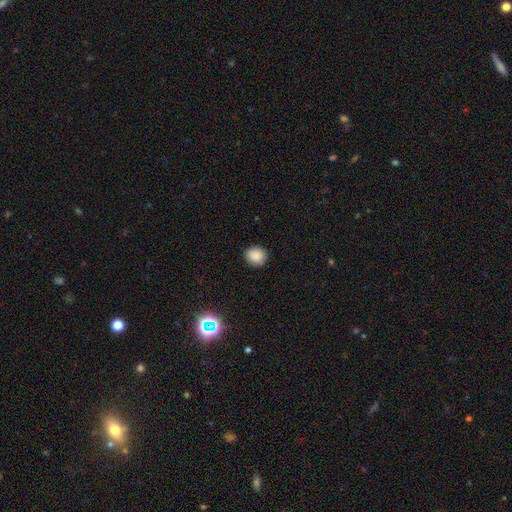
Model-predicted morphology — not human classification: smooth-or-featured: smooth: 86% | star or artifact: 10% | featured or disk: 4%
  how-rounded: round: 76% | in between: 23% | cigar-shaped: 1%
  merging: none: 88% | minor disturbance: 9% | major disturbance: 2% | merger: 1%